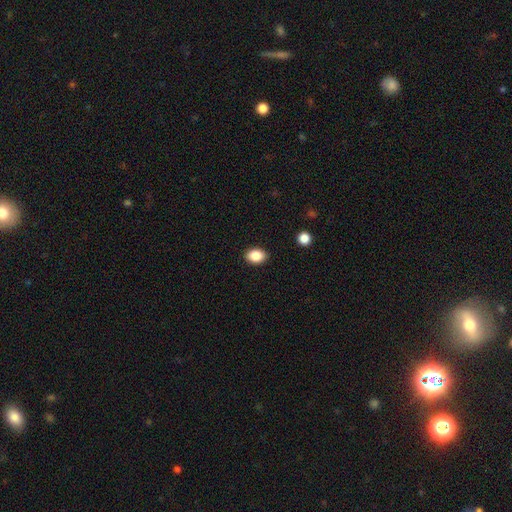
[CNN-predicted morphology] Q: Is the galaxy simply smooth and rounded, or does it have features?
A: smooth — 87%.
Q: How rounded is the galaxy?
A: in between — 77%.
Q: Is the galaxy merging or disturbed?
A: none — 88%.